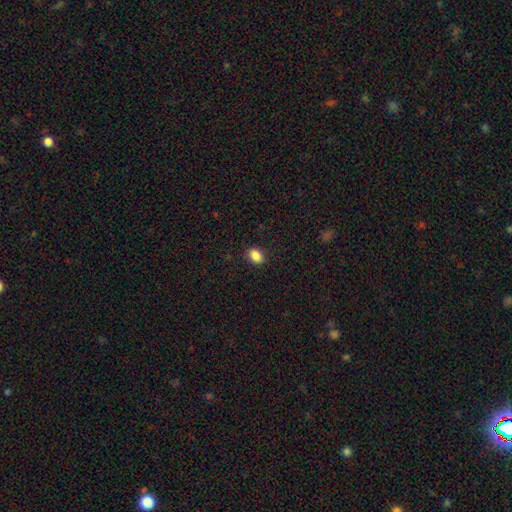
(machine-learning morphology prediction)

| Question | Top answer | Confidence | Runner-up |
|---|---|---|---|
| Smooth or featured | smooth | 87% | star or artifact (9%) |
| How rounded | in between | 72% | round (26%) |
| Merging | none | 89% | minor disturbance (8%) |